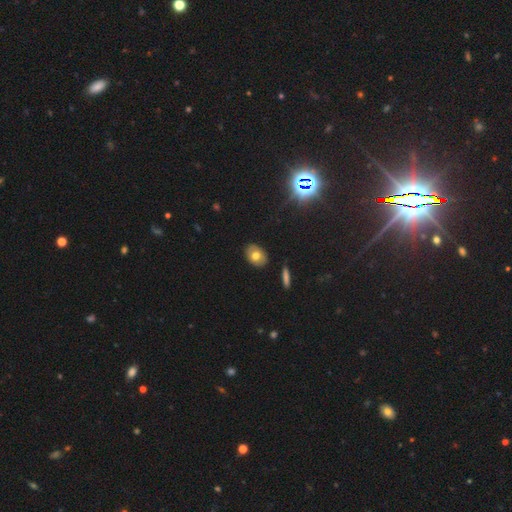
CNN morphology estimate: Smooth or featured? Predicted: smooth (p=0.65). How rounded? Predicted: in between (p=0.72). Merging? Predicted: none (p=0.87).